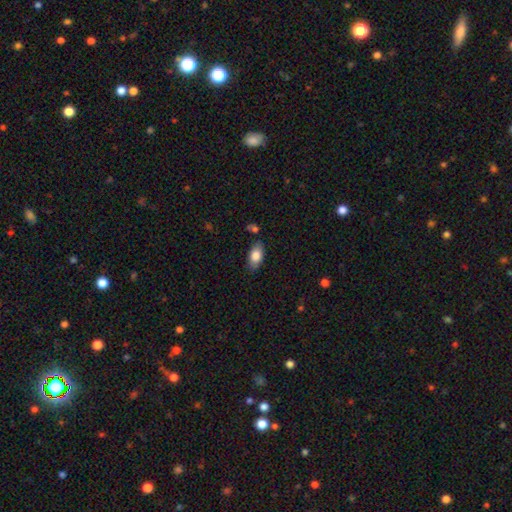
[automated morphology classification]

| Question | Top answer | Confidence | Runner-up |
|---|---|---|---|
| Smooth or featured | smooth | 81% | featured or disk (12%) |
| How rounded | in between | 91% | round (5%) |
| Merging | none | 81% | minor disturbance (13%) |